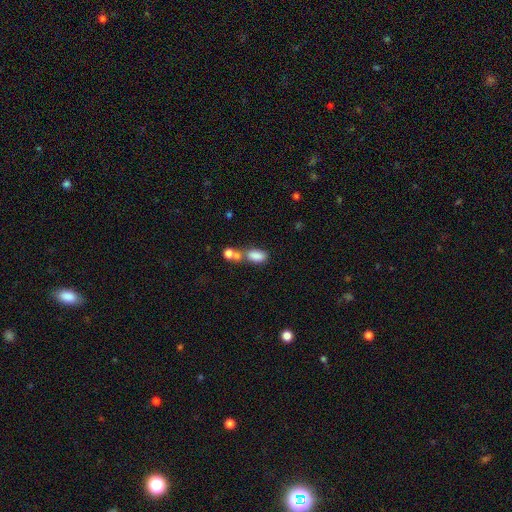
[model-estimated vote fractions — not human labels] smooth_or_featured: smooth (p=0.81) [alt: star or artifact p=0.09]
how_rounded: in between (p=0.87) [alt: round p=0.08]
merging: merger (p=0.47) [alt: none p=0.35]